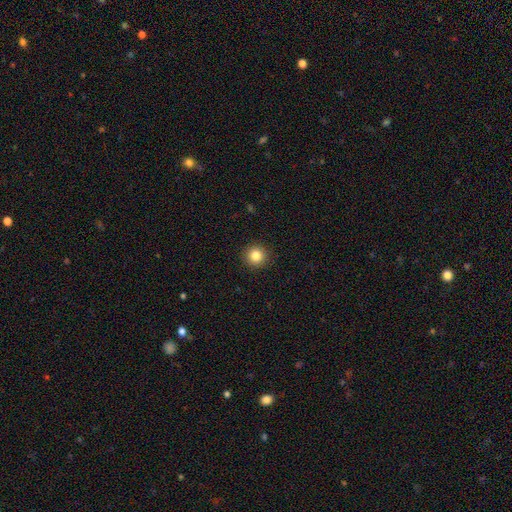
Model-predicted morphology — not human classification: A smooth galaxy with no disk features (83%) that is round (95%).

Vote fractions:
- Smooth or featured? smooth: 83% / star or artifact: 11% / featured or disk: 6%
- How rounded? round: 95% / in between: 5% / cigar-shaped: 1%
- Merging? none: 93% / minor disturbance: 5% / major disturbance: 2% / merger: 1%